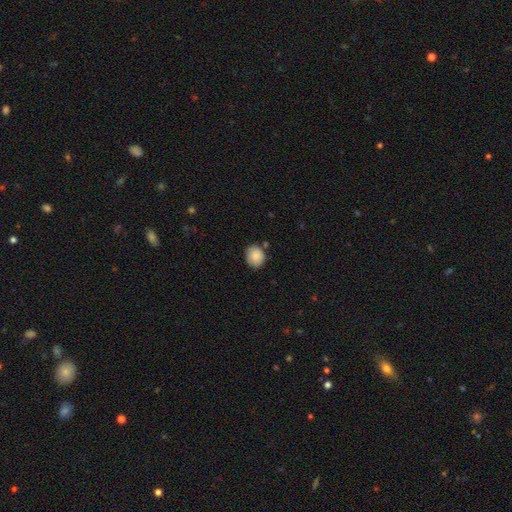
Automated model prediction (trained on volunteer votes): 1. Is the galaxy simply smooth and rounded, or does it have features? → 87% smooth, 7% star or artifact, 6% featured or disk.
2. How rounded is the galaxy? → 75% round, 24% in between, 1% cigar-shaped.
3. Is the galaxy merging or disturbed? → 75% none, 18% minor disturbance, 4% merger, 3% major disturbance.